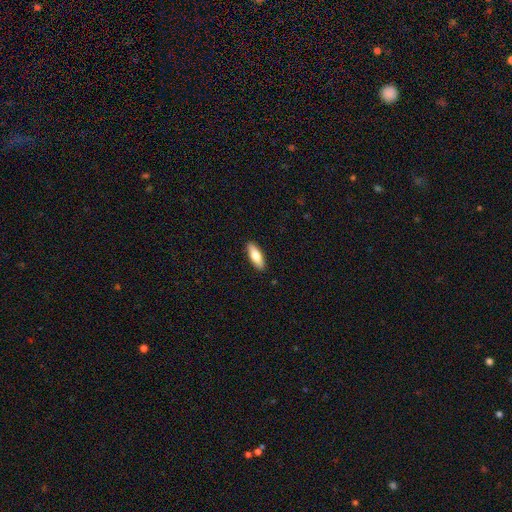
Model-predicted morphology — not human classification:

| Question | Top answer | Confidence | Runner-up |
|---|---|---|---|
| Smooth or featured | smooth | 70% | featured or disk (24%) |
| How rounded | in between | 57% | cigar-shaped (41%) |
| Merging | none | 91% | minor disturbance (7%) |